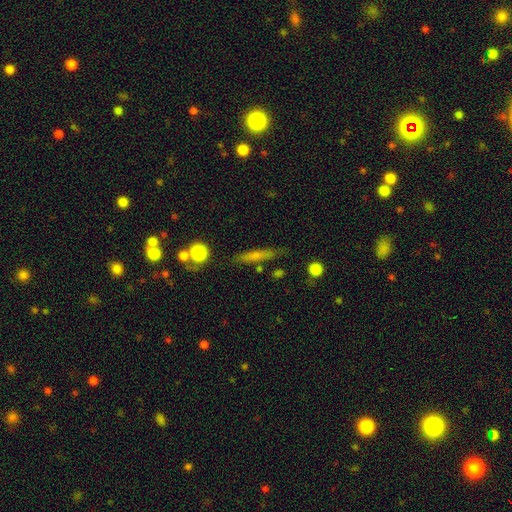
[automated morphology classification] This is likely a smooth galaxy (65%). How rounded: clearly cigar-shaped (86%). Merging: likely none (78%).